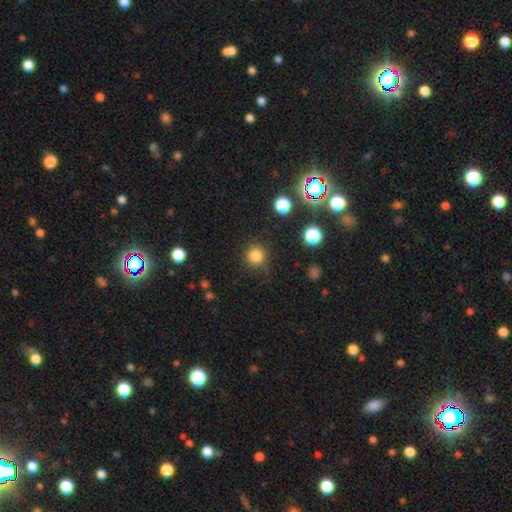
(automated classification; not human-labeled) The model was most divided on "smooth or featured": smooth: 81%, star or artifact: 14%, featured or disk: 5%. More confident: how rounded — round (92%); merging — none (84%).